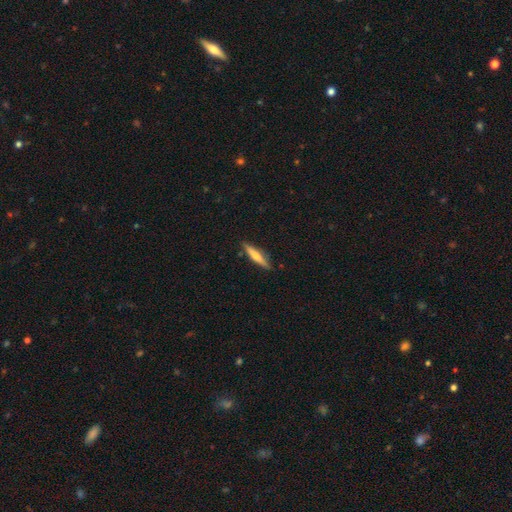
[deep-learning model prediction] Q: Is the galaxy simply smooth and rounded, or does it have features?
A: smooth — 50%.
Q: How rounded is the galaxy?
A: cigar-shaped — 86%.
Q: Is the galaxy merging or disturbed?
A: none — 86%.